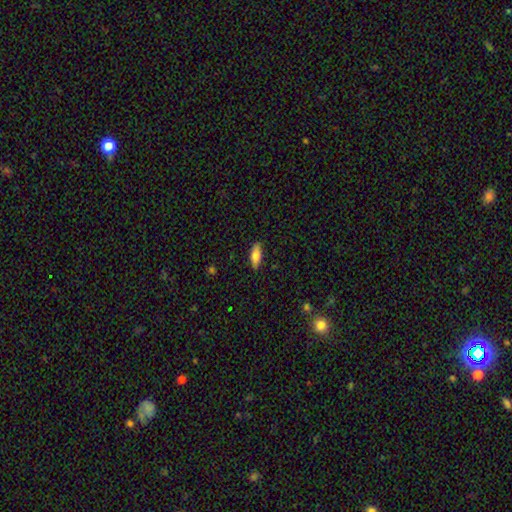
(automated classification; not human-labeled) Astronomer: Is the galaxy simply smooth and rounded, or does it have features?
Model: smooth — 80%.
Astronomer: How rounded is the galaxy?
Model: in between — 72%.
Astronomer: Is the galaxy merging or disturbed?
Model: none — 88%.